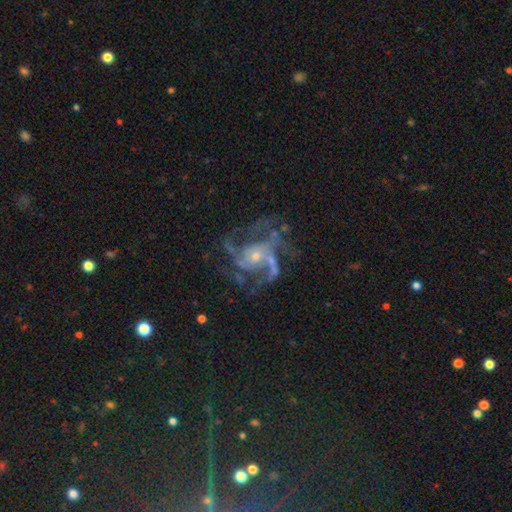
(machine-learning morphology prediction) Overall: featured or disk (87%). Edge-on disk: no (98%). Bar: no (68%). Spiral arms: yes (94%). Spiral arm count: 3 (38%; 4 19%). Spiral winding: medium (52%; tight 26%). Bulge size: small (64%; moderate 29%). Merging: none (57%; major disturbance 22%).